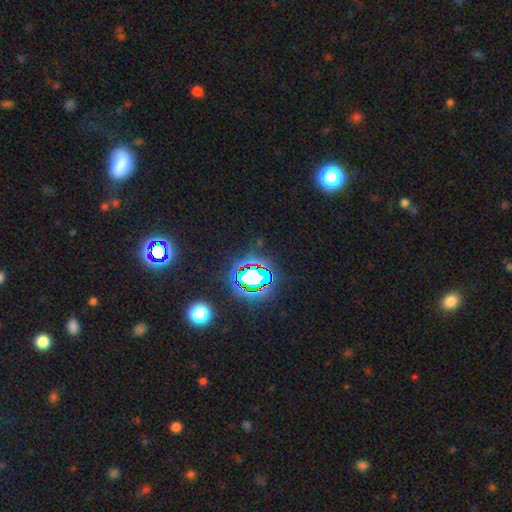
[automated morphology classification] A star or artifact, not a galaxy (79%).

Vote fractions:
- Smooth or featured? star or artifact: 79% / smooth: 13% / featured or disk: 8%